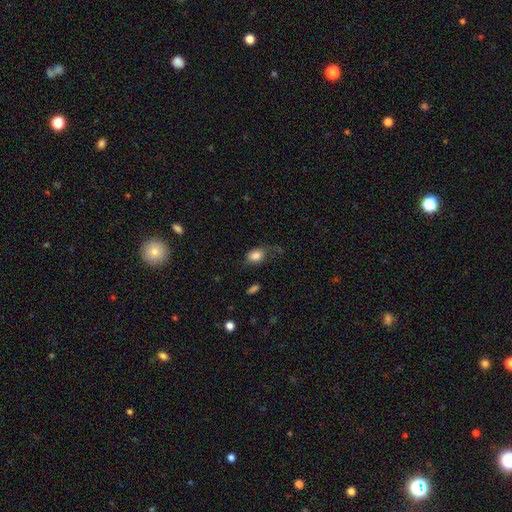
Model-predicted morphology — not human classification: smooth_or_featured: smooth (p=0.78) [alt: featured or disk p=0.13]
how_rounded: in between (p=0.69) [alt: round p=0.29]
merging: none (p=0.36) [alt: major disturbance p=0.34]